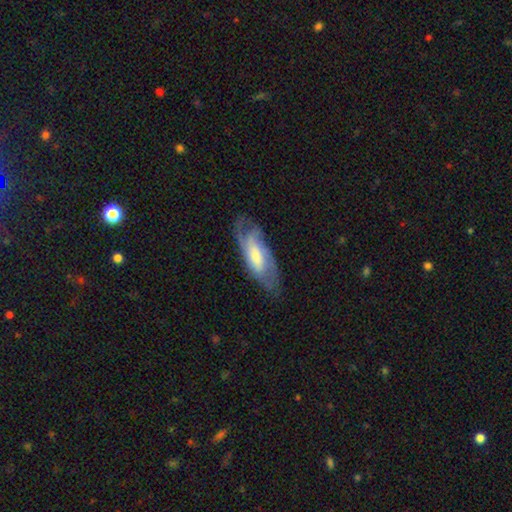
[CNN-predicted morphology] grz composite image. It shows a featured or disk galaxy (63%) with no bar (56%), spiral arms (87%) and a moderate central bulge (36%). Merging: none (63%).